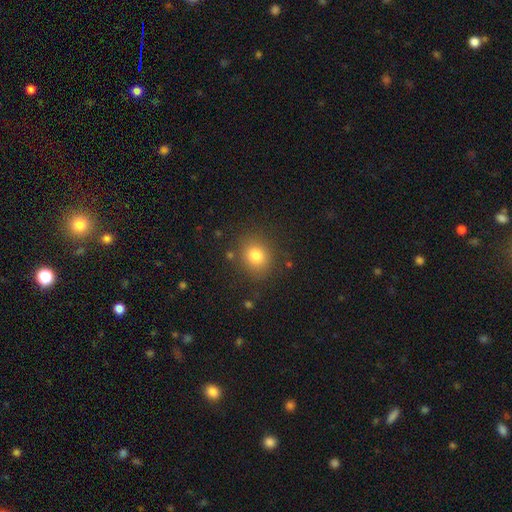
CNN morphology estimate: Smooth or featured?
  - smooth: 79% *
  - star or artifact: 13%
  - featured or disk: 8%
How rounded?
  - round: 76% *
  - in between: 23%
  - cigar-shaped: 1%
Merging?
  - none: 84% *
  - minor disturbance: 10%
  - major disturbance: 4%
  - merger: 2%